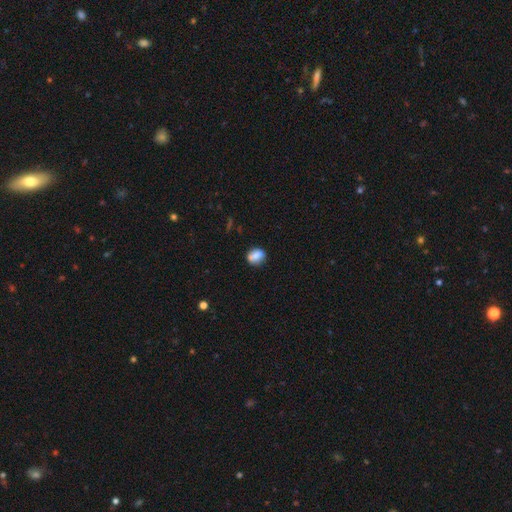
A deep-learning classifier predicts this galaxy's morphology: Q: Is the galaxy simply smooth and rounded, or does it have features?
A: smooth — 73%.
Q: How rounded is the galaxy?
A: round — 54%.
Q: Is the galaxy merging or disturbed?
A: none — 72%.